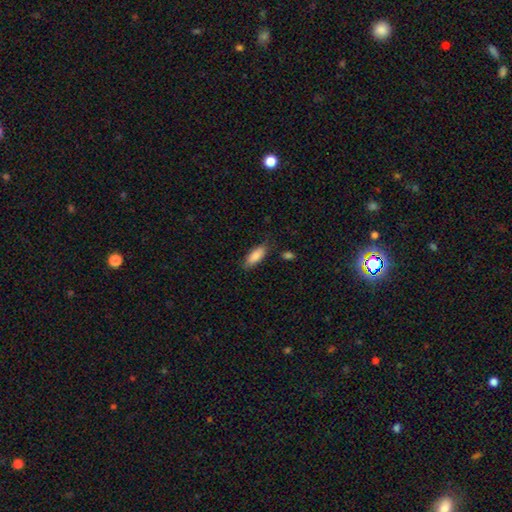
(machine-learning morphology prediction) Smooth or featured: smooth — 85% (featured or disk — 8%)
How rounded: in between — 80% (cigar-shaped — 18%)
Merging: none — 75% (minor disturbance — 18%)